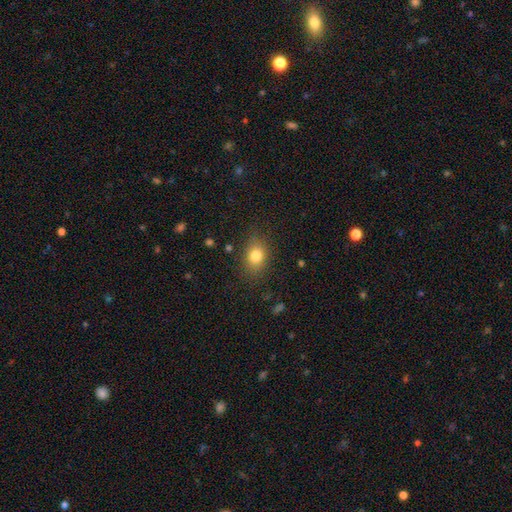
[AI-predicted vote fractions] A smooth galaxy with no disk features (80%) that is in between round and cigar-shaped (63%). Merging: none (80%).